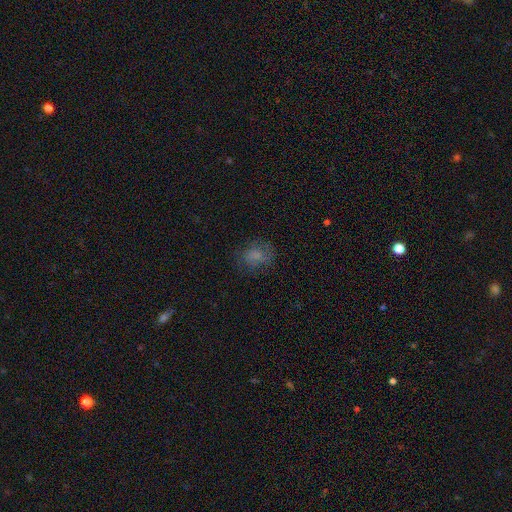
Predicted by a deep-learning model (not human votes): Smooth or featured?
  - smooth: 70% *
  - featured or disk: 16%
  - star or artifact: 14%
How rounded?
  - round: 53% *
  - in between: 46%
  - cigar-shaped: 1%
Merging?
  - none: 68% *
  - minor disturbance: 19%
  - major disturbance: 12%
  - merger: 1%